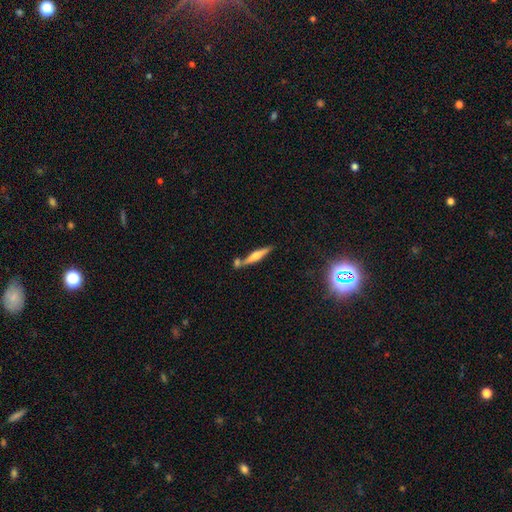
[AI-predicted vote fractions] A featured or disk galaxy (57%) viewed edge-on (96%) with a rounded central bulge (82%). Merging: none (69%).